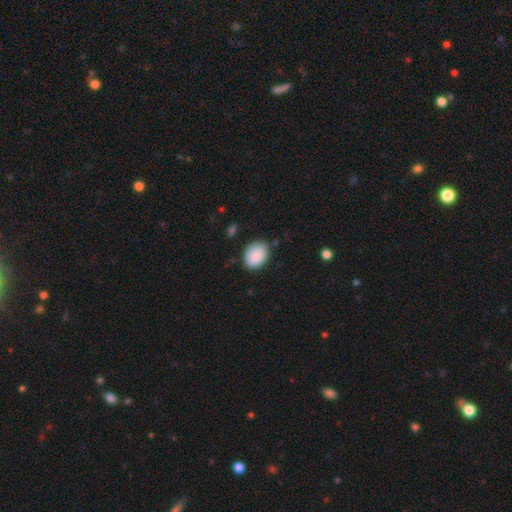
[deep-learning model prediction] smooth_or_featured: smooth (p=0.89) [alt: star or artifact p=0.06]
how_rounded: in between (p=0.71) [alt: round p=0.28]
merging: none (p=0.78) [alt: minor disturbance p=0.17]